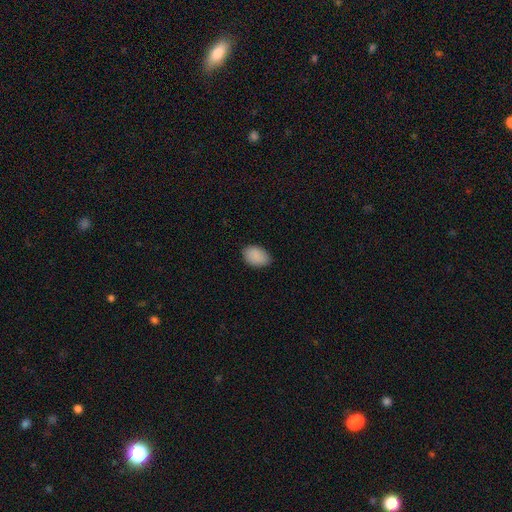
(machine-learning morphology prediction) Overall: smooth (90%). How rounded: in between (88%). Merging: none (79%).